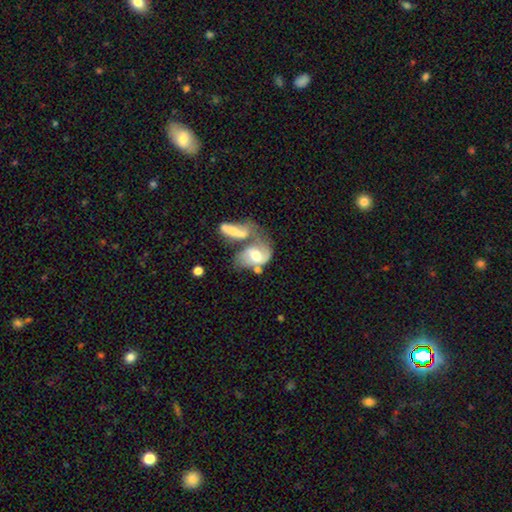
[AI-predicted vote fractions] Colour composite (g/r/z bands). It shows a featured or disk galaxy (68%) with no bar (51%), 2 (67%) medium (41%) spiral arms (84%) and a moderate central bulge (66%). Merging: merger (66%).